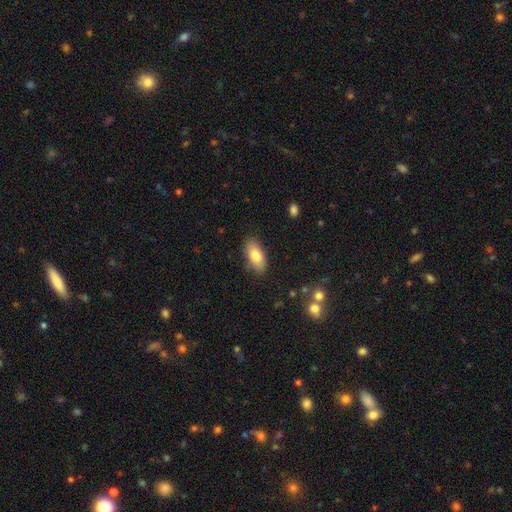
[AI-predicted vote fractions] A smooth galaxy with no disk features (79%) that is in between round and cigar-shaped (88%).

Vote fractions:
- Smooth or featured? smooth: 79% / featured or disk: 14% / star or artifact: 7%
- How rounded? in between: 88% / cigar-shaped: 9% / round: 3%
- Merging? none: 85% / minor disturbance: 11% / major disturbance: 2% / merger: 1%